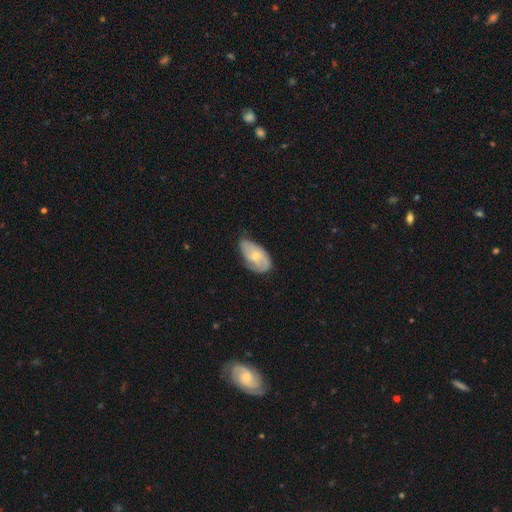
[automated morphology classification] Smooth or featured? Predicted: smooth (p=0.49). Merging? Predicted: minor disturbance (p=0.43).